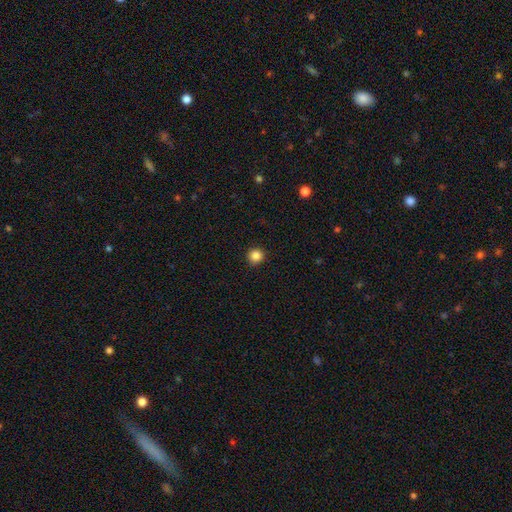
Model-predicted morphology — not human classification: type=smooth (85%); roundness=round (95%); merging=none (92%).